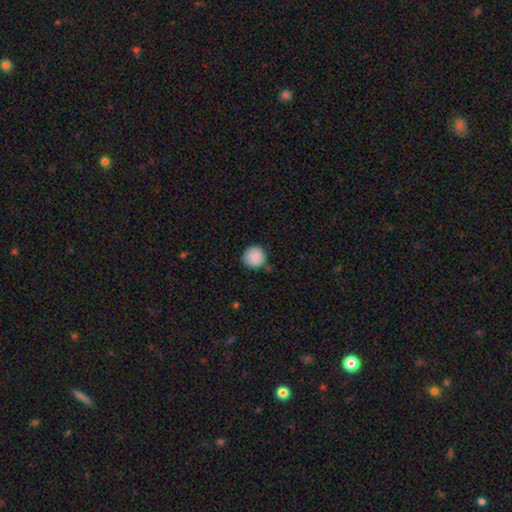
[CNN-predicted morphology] This appears to be a smooth galaxy with no disk features (88%) that is round (93%). Merging: none (79%).